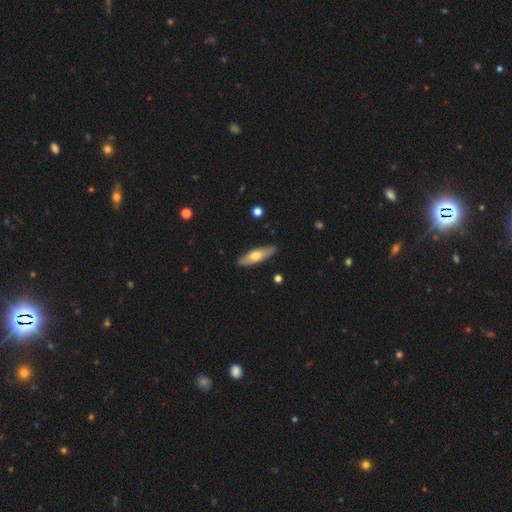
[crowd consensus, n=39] smooth-or-featured: smooth: 49% (tied) | featured or disk: 49% (tied) | star or artifact: 3%
  how-rounded: cigar-shaped: 53% | in between: 47% | round: 0%
  merging: none: 84% | minor disturbance: 8% | major disturbance: 5% | merger: 3%